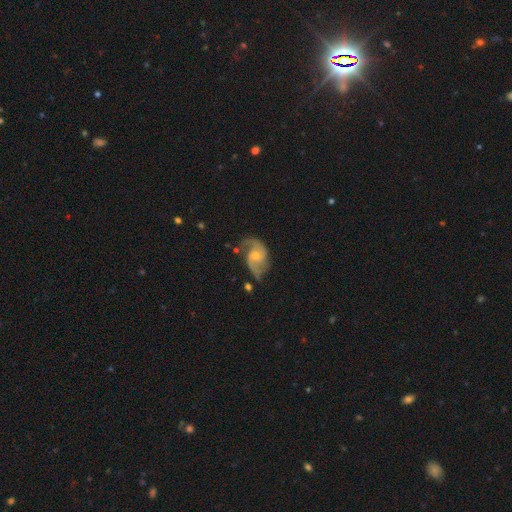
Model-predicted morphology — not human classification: A featured or disk galaxy (89%) with no bar (56%), 2 (91%) medium (53%) spiral arms (97%) and a small central bulge (53%). Merging: none (68%).